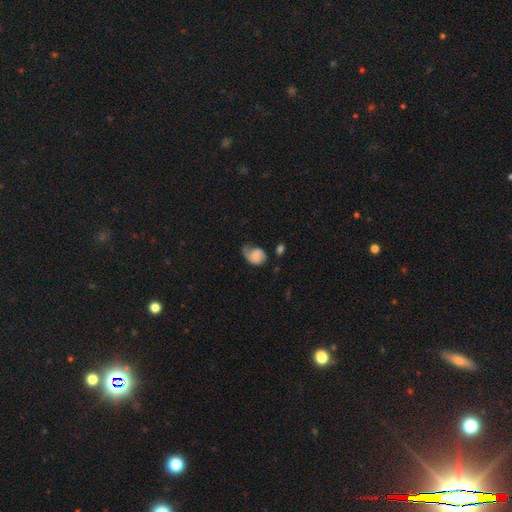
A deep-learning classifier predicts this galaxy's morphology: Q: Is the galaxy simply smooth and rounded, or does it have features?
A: smooth — 51%.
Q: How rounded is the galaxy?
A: in between — 62%.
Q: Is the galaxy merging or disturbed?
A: minor disturbance — 34%.